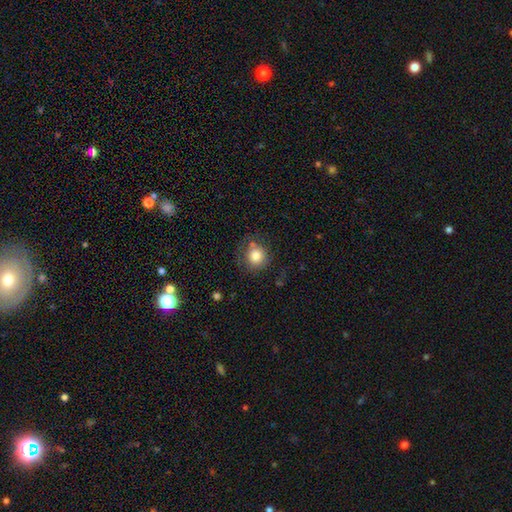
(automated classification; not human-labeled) Overall: smooth (80%). How rounded: round (90%). Merging: none (69%).